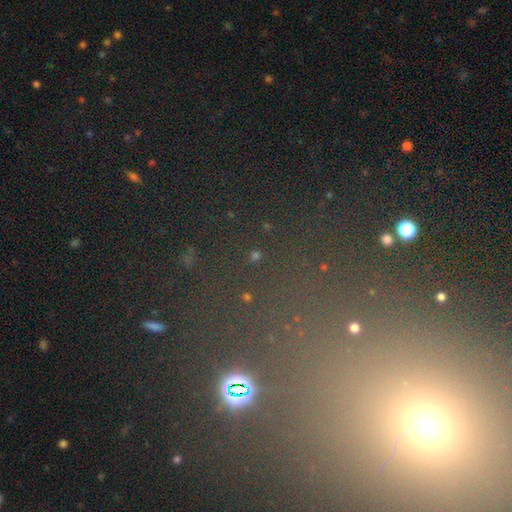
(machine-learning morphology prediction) This appears to be a star or artifact, not a galaxy (69%).